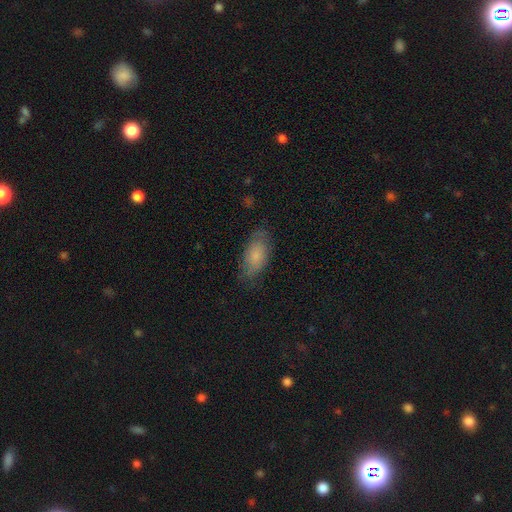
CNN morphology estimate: A smooth galaxy with no disk features (74%) that is in between round and cigar-shaped (89%).

Vote fractions:
- Smooth or featured? smooth: 74% / featured or disk: 19% / star or artifact: 7%
- How rounded? in between: 89% / cigar-shaped: 8% / round: 3%
- Merging? none: 72% / minor disturbance: 20% / major disturbance: 6% / merger: 1%